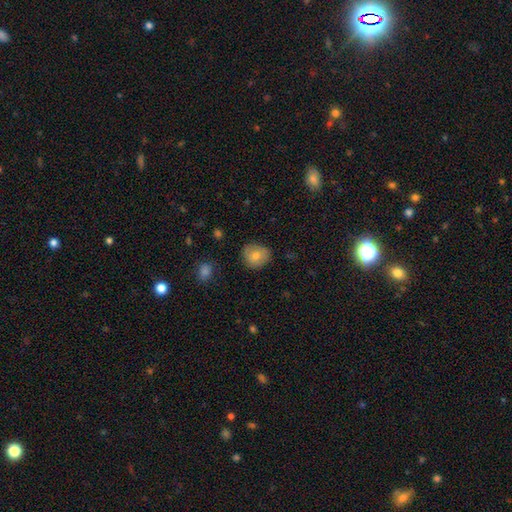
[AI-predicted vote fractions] Q: Smooth or featured?
A: smooth (75%); runner-up: featured or disk (16%)
Q: How rounded?
A: round (79%); runner-up: in between (20%)
Q: Merging?
A: none (78%); runner-up: minor disturbance (17%)